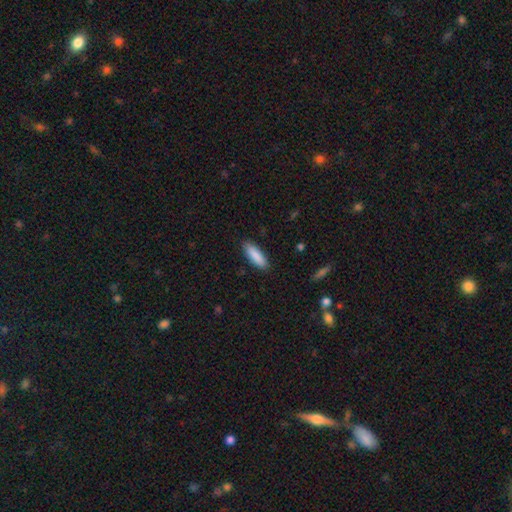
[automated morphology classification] A smooth galaxy with no disk features (88%) that is cigar-shaped (51%).

Vote fractions:
- Smooth or featured? smooth: 88% / featured or disk: 6% / star or artifact: 6%
- How rounded? cigar-shaped: 51% / in between: 48% / round: 1%
- Merging? none: 88% / minor disturbance: 9% / major disturbance: 2% / merger: 1%